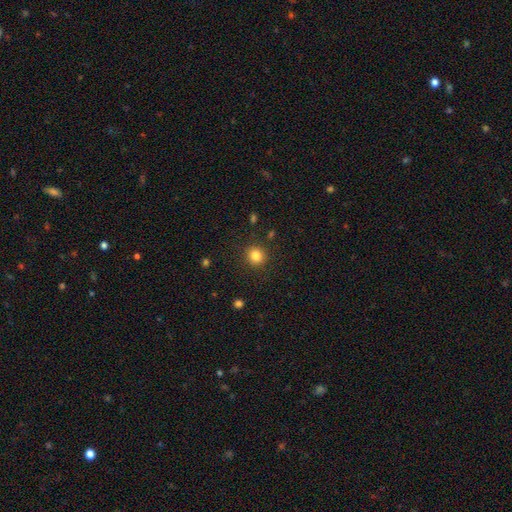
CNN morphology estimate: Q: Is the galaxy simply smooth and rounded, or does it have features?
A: smooth — 83%.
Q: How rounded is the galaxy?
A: round — 91%.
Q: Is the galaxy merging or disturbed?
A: none — 90%.